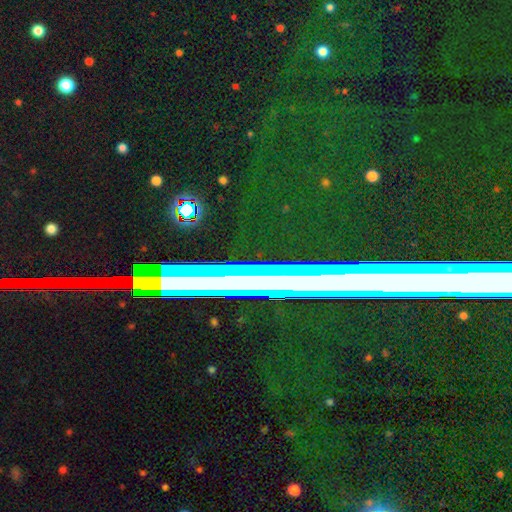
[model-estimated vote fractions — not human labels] Smooth or featured: star or artifact — 58% (featured or disk — 27%)